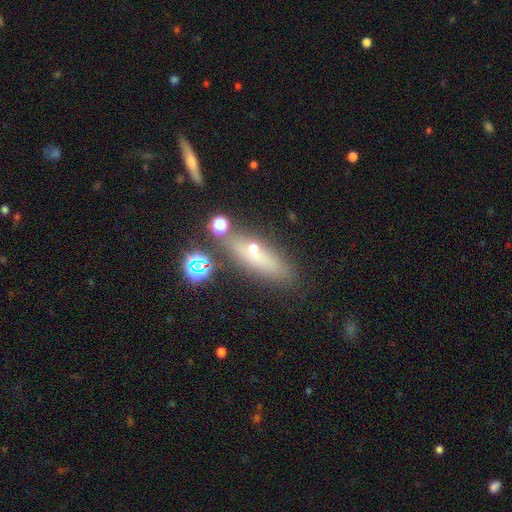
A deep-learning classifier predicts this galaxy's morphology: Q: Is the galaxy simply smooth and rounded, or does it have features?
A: smooth — 50%.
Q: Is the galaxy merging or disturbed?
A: none — 71%.